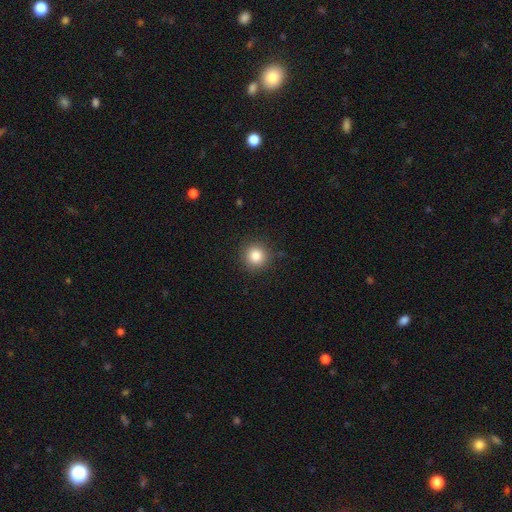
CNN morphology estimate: Smooth or featured? smooth (84%)
How rounded? round (93%)
Merging? none (89%)